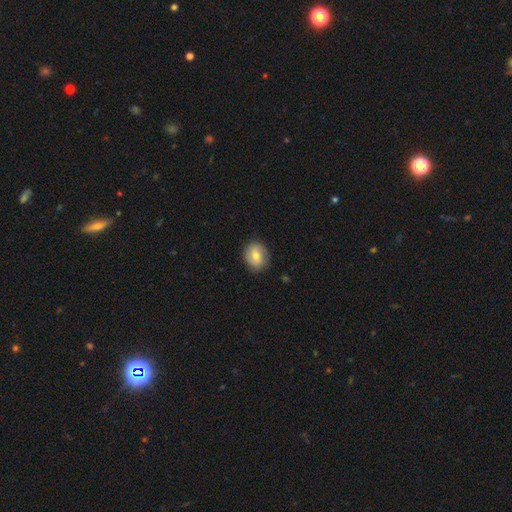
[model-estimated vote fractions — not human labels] A smooth galaxy with no disk features (64%) that is round (64%). Merging: none (84%).